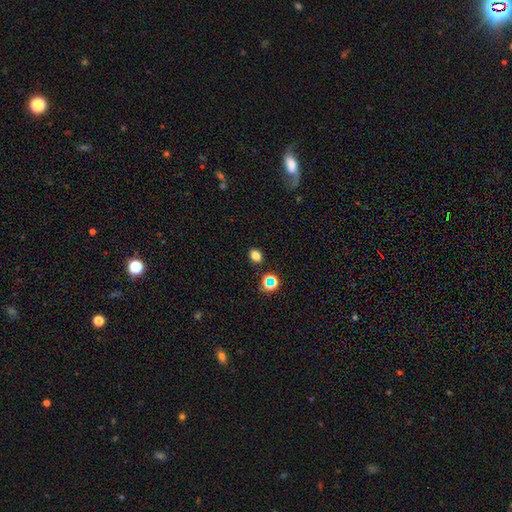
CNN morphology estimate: Smooth or featured? smooth (75%)
How rounded? in between (66%)
Merging? none (86%)